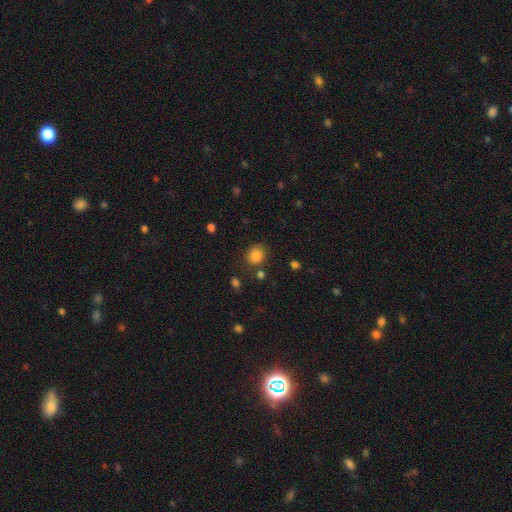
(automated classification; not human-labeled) Morphology: type=smooth (84%); roundness=round (74%); merging=none (76%).